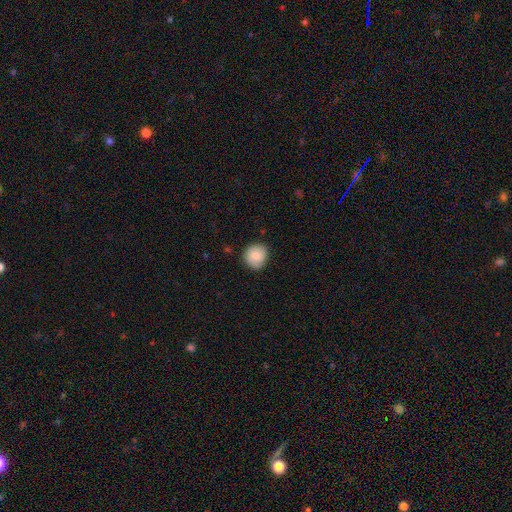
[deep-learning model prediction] Morphology: type=smooth (82%); roundness=round (85%); merging=none (83%).